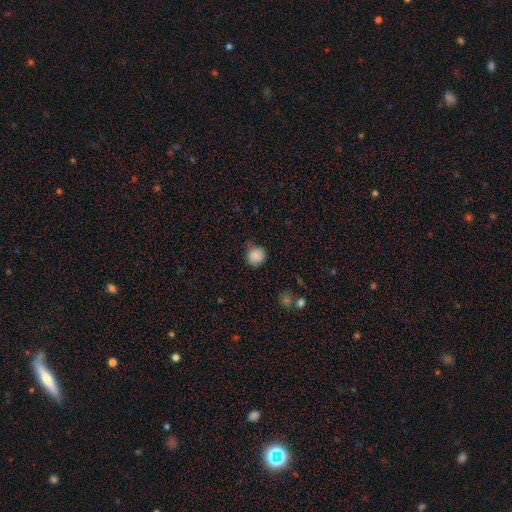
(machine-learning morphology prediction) smooth-or-featured: smooth: 87% | star or artifact: 9% | featured or disk: 4%
  how-rounded: round: 88% | in between: 11% | cigar-shaped: 1%
  merging: none: 72% | minor disturbance: 22% | major disturbance: 4% | merger: 2%